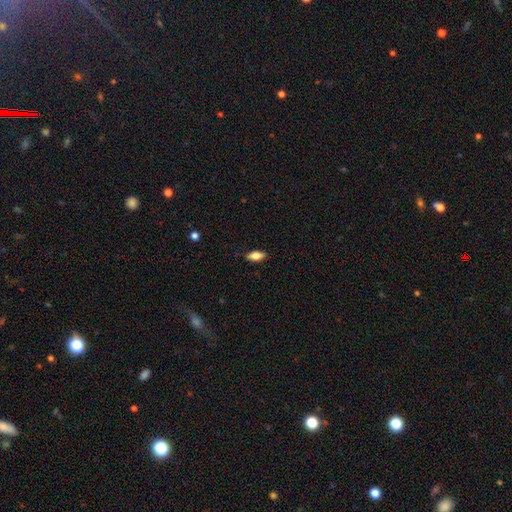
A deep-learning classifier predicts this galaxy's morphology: Smooth or featured?
  - smooth: 77% *
  - featured or disk: 16%
  - star or artifact: 8%
How rounded?
  - in between: 83% *
  - cigar-shaped: 14%
  - round: 3%
Merging?
  - none: 85% *
  - minor disturbance: 12%
  - major disturbance: 2%
  - merger: 1%